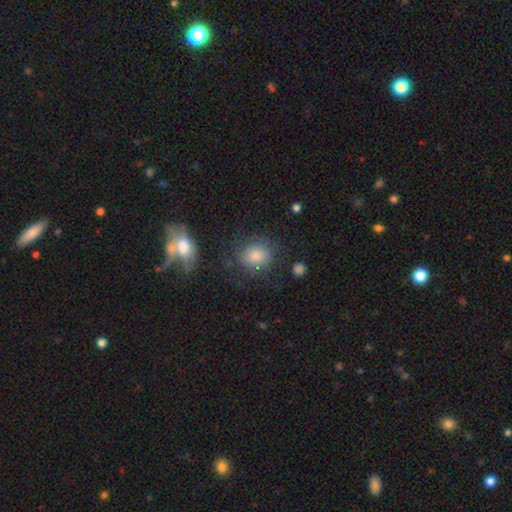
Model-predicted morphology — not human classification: smooth 69%, featured or disk 19%, star or artifact 12%. Down the decision tree: how rounded — round (65%); merging — none (66%).